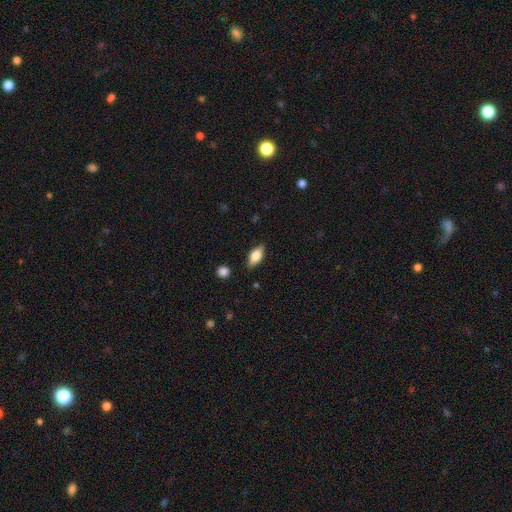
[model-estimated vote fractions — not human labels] Smooth or featured? smooth (68%)
How rounded? in between (82%)
Merging? none (84%)